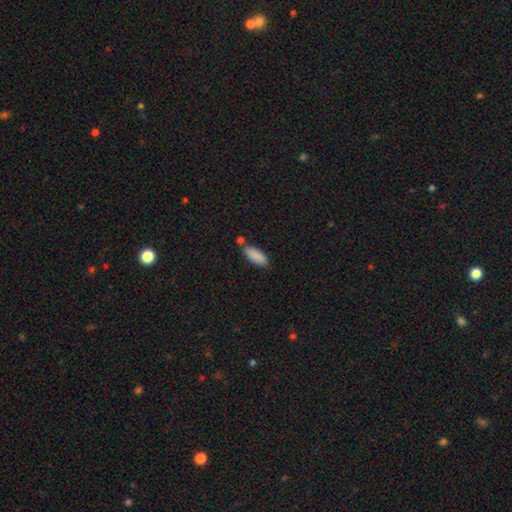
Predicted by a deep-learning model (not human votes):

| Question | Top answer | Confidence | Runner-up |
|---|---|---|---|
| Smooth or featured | smooth | 88% | star or artifact (6%) |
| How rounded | in between | 75% | cigar-shaped (24%) |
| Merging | none | 71% | minor disturbance (15%) |